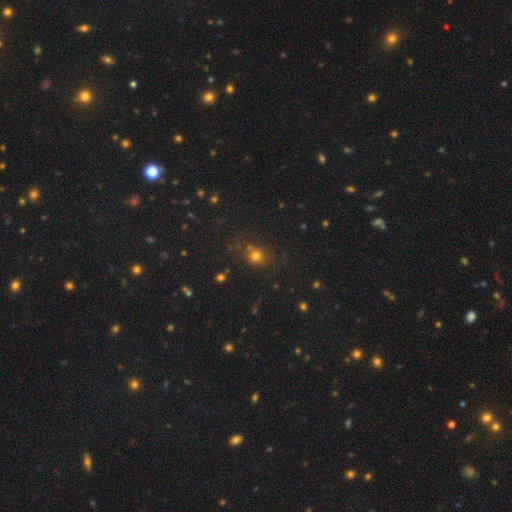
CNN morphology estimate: Smooth or featured? smooth (69%)
How rounded? round (83%)
Merging? none (75%)